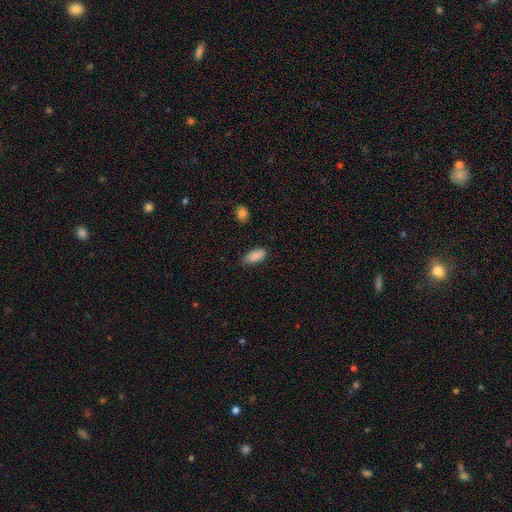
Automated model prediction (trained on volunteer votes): smooth_or_featured: smooth (p=0.88) [alt: star or artifact p=0.07]
how_rounded: in between (p=0.90) [alt: cigar-shaped p=0.08]
merging: none (p=0.77) [alt: minor disturbance p=0.18]